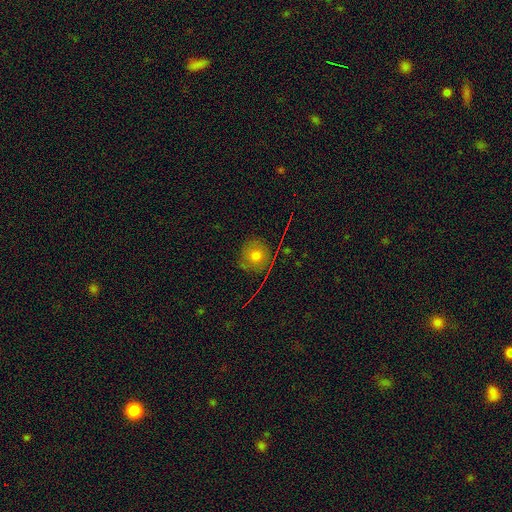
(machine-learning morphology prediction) Overall: smooth (69%). How rounded: round (92%). Merging: none (81%).